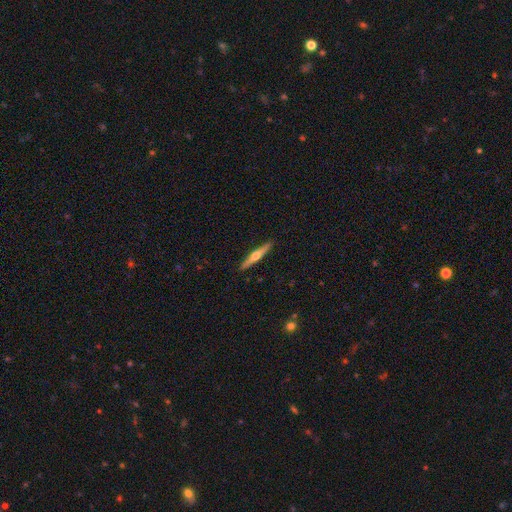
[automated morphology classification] smooth-or-featured: featured or disk: 66% | smooth: 29% | star or artifact: 5%
  disk-edge-on: yes: 98% | no: 2%
    edge-on-bulge: rounded: 93% | none: 4% | boxy: 3%
  merging: none: 92% | minor disturbance: 6% | major disturbance: 1% | merger: 1%